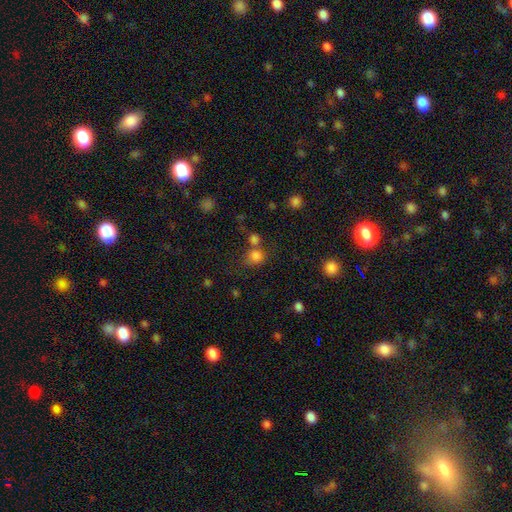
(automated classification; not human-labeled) The model was most divided on "merging": none: 55%, merger: 29%, minor disturbance: 11%, major disturbance: 5%. More confident: how rounded — round (80%); smooth or featured — smooth (79%).